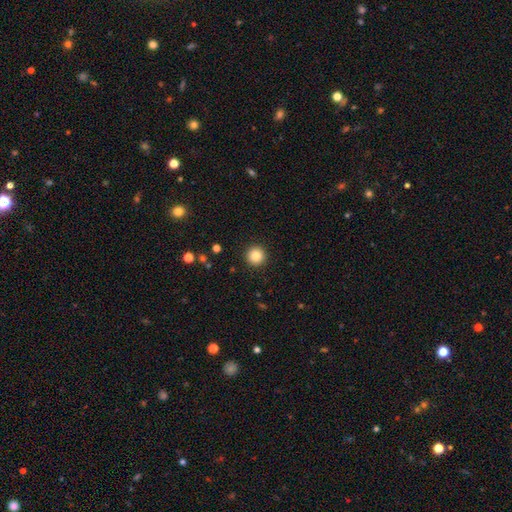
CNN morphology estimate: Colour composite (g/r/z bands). It shows a smooth galaxy with no disk features (84%) that is round (96%). Merging: none (93%).